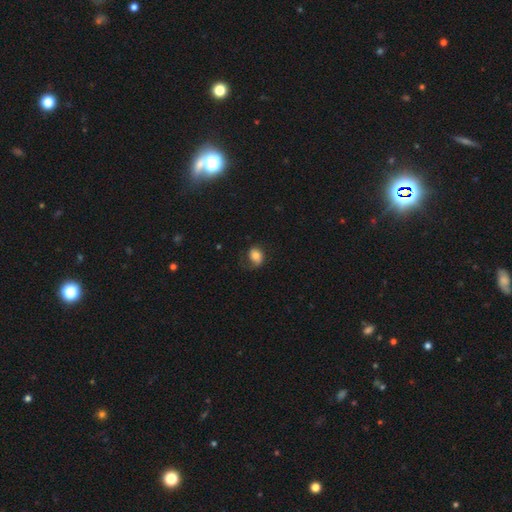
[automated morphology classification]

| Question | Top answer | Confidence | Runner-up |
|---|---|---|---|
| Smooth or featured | smooth | 71% | featured or disk (20%) |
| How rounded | in between | 58% | round (41%) |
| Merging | none | 52% | minor disturbance (26%) |